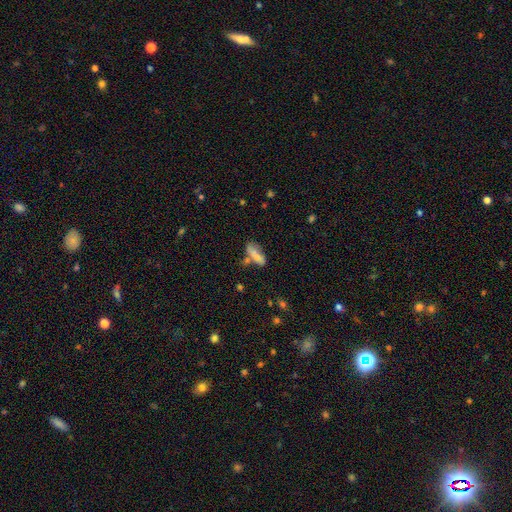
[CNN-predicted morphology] A smooth galaxy with no disk features (69%) that is in between round and cigar-shaped (72%). Merging: none (42%).